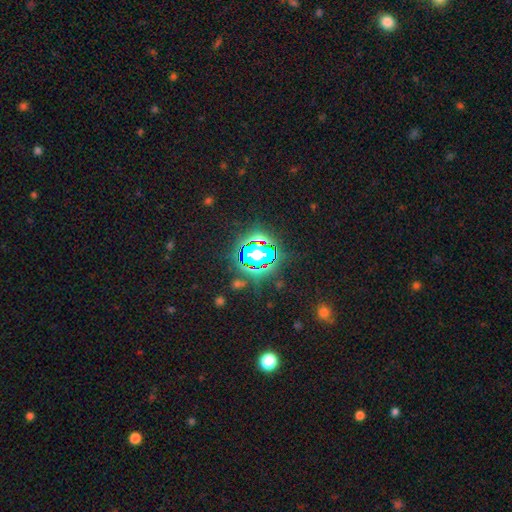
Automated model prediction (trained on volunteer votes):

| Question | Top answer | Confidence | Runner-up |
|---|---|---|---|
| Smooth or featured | star or artifact | 68% | smooth (20%) |